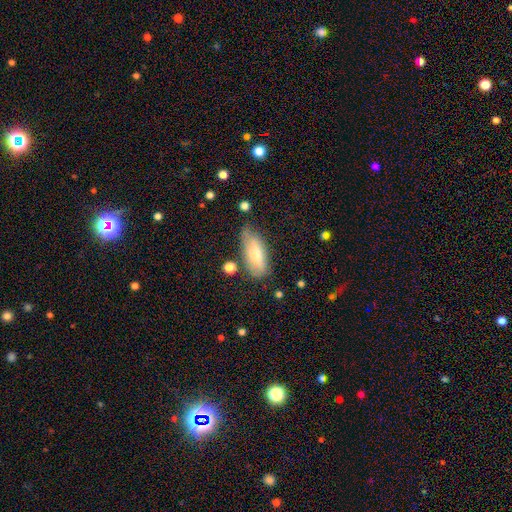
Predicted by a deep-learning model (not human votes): This is likely a smooth galaxy (69%). How rounded: clearly in between (83%). Merging: likely none (61%).